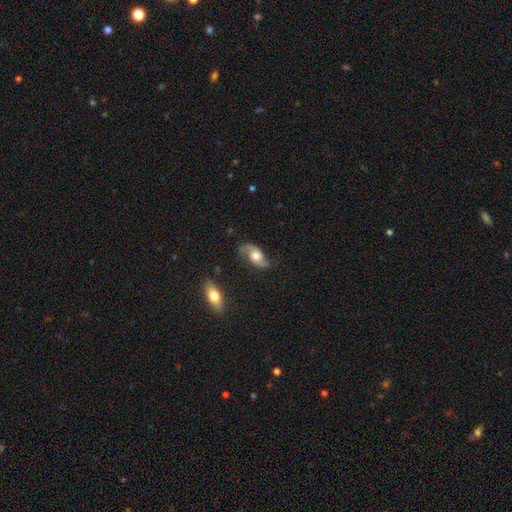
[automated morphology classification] smooth-or-featured: featured or disk: 66% | smooth: 27% | star or artifact: 7%
  disk-edge-on: no: 93% | yes: 7%
    bar: no: 69% | weak: 26% | strong: 6%
    has-spiral-arms: yes: 91% | no: 9%
      spiral-winding: loose: 61% | medium: 29% | tight: 9%
      spiral-arm-count: 2: 90% | can't tell: 4% | 1: 3% | 3: 1% | 4: 1% | more than 4: 1%
    bulge-size: moderate: 54% | large: 26% | small: 14% | none: 3% | dominant: 3%
  merging: none: 67% | minor disturbance: 22% | major disturbance: 9% | merger: 2%